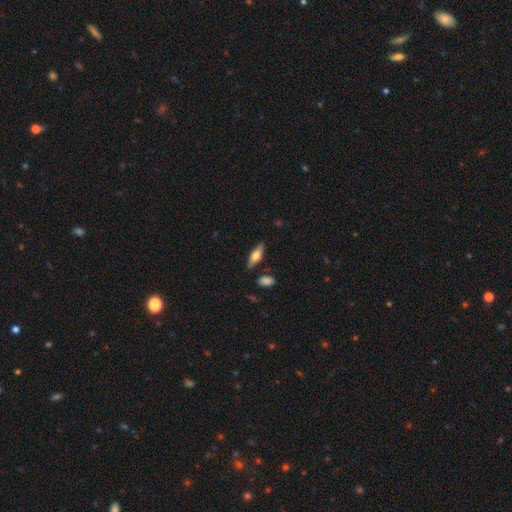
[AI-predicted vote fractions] A smooth galaxy with no disk features (59%) that is in between round and cigar-shaped (61%). Merging: none (82%).